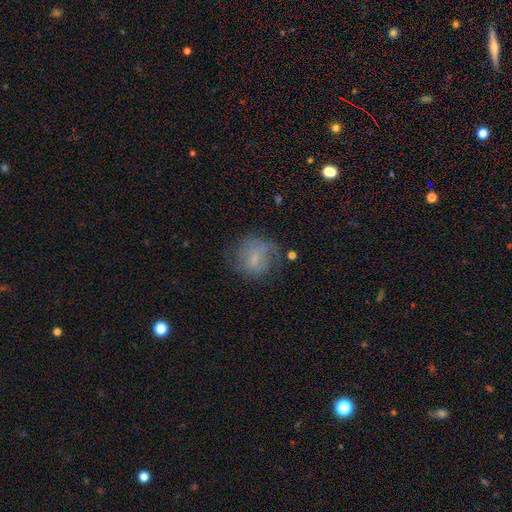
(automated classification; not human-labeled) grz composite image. It shows a smooth galaxy with no disk features (47%). Merging: none (52%).